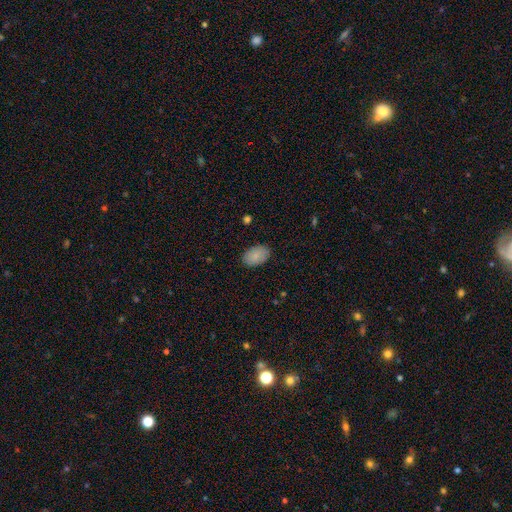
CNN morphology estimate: Q: Smooth or featured?
A: smooth (87%); runner-up: featured or disk (7%)
Q: How rounded?
A: in between (90%); runner-up: round (9%)
Q: Merging?
A: none (87%); runner-up: minor disturbance (10%)